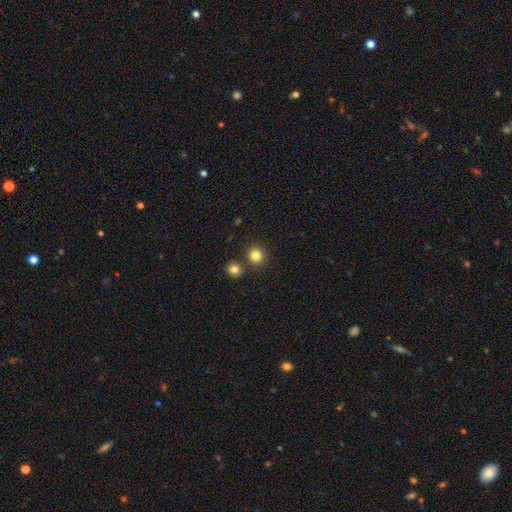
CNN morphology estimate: smooth_or_featured: smooth (p=0.83) [alt: star or artifact p=0.12]
how_rounded: round (p=0.90) [alt: in between p=0.09]
merging: none (p=0.81) [alt: merger p=0.11]